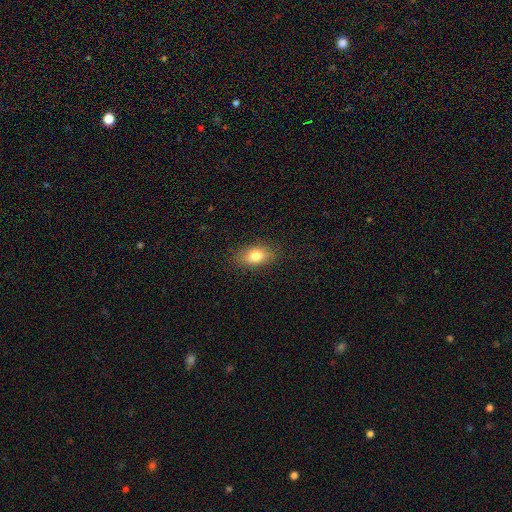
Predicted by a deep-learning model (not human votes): Smooth or featured: smooth — 80% (featured or disk — 11%)
How rounded: in between — 86% (round — 10%)
Merging: none — 85% (minor disturbance — 11%)